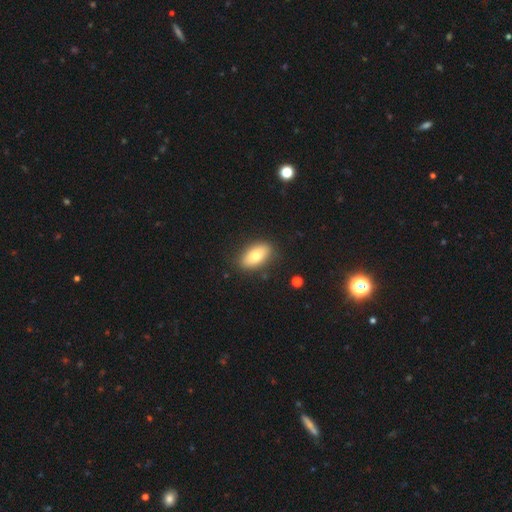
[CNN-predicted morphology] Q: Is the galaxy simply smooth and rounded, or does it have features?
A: smooth — 75%.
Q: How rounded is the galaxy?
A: in between — 90%.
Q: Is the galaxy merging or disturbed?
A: none — 86%.